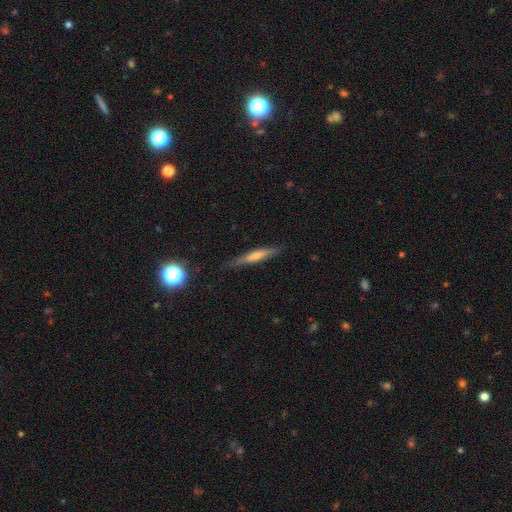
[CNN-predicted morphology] This is possibly a featured or disk galaxy (52%). It is clearly viewed edge-on (94%). Merging: clearly none (87%).